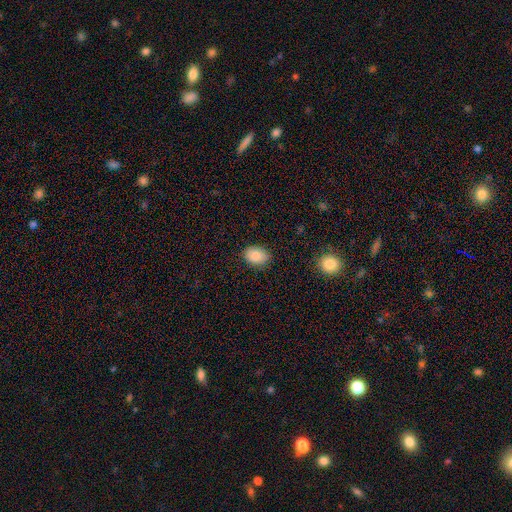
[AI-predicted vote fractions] A smooth galaxy with no disk features (88%) that is in between round and cigar-shaped (77%). Merging: none (86%).